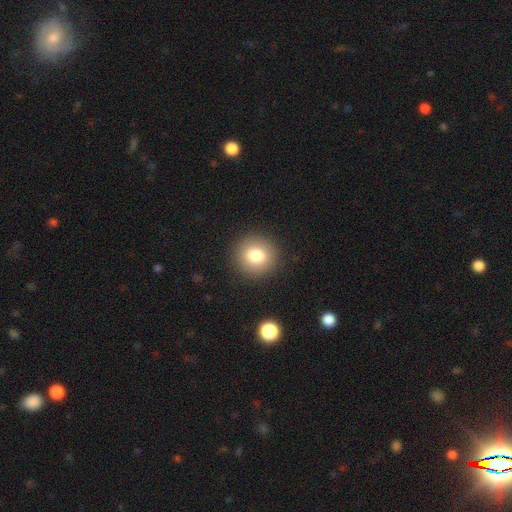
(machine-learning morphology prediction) type=smooth (80%); roundness=round (92%); merging=none (91%).